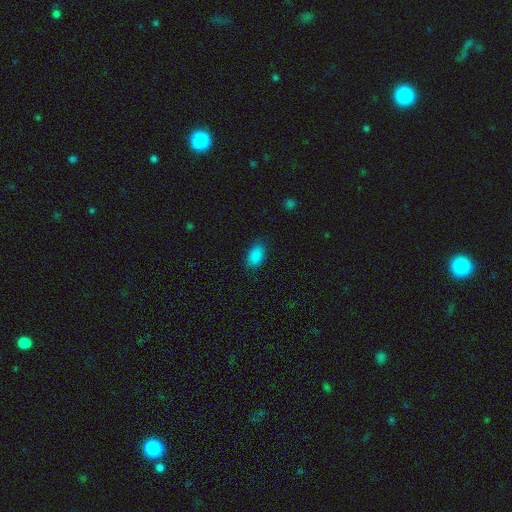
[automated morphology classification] This is clearly a smooth galaxy (87%). How rounded: clearly in between (91%). Merging: clearly none (82%).